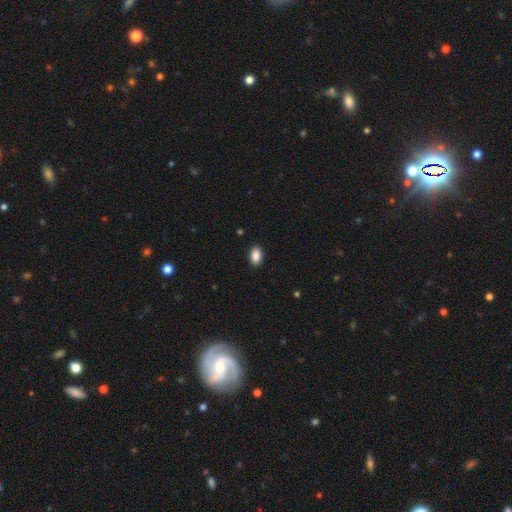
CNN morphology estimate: This appears to be a smooth galaxy with no disk features (88%) that is in between round and cigar-shaped (89%). Merging: none (90%).